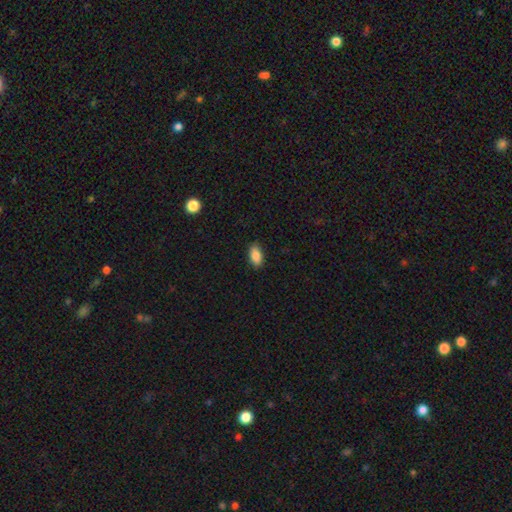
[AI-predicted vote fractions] Overall: smooth (86%). How rounded: in between (91%). Merging: none (86%).